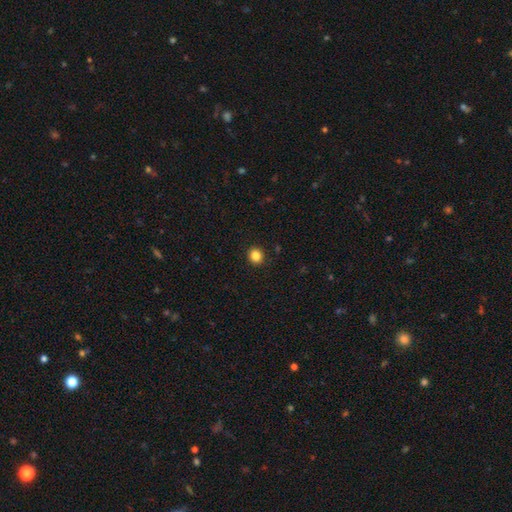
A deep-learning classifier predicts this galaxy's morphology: Q: Smooth or featured?
A: smooth (85%); runner-up: star or artifact (11%)
Q: How rounded?
A: round (86%); runner-up: in between (13%)
Q: Merging?
A: none (92%); runner-up: minor disturbance (5%)